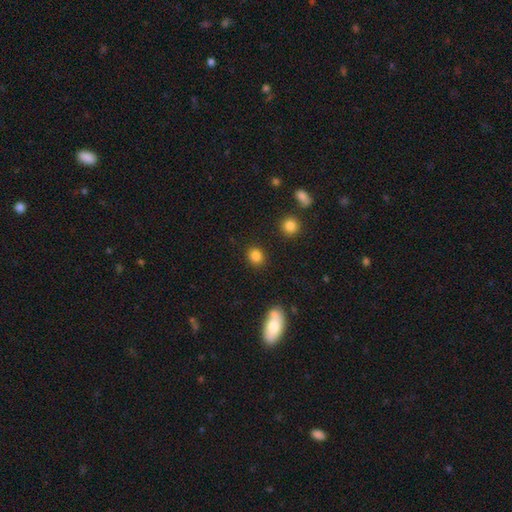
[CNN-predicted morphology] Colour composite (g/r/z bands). It shows a smooth galaxy with no disk features (84%) that is round (72%). Merging: none (87%).